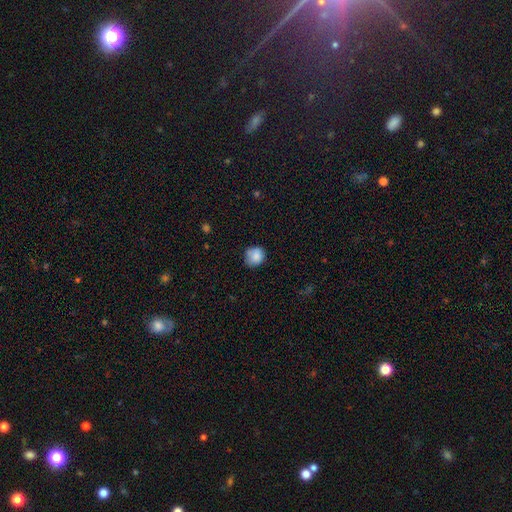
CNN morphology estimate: The model was most divided on "merging": none: 67%, minor disturbance: 24%, major disturbance: 5%, merger: 4%. More confident: smooth or featured — smooth (83%); how rounded — round (81%).